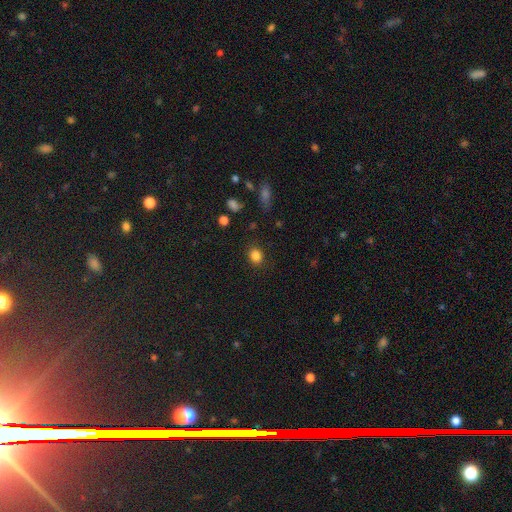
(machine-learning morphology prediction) A smooth galaxy with no disk features (84%) that is round (71%).

Vote fractions:
- Smooth or featured? smooth: 84% / star or artifact: 12% / featured or disk: 5%
- How rounded? round: 71% / in between: 28% / cigar-shaped: 1%
- Merging? none: 87% / minor disturbance: 9% / major disturbance: 3% / merger: 1%